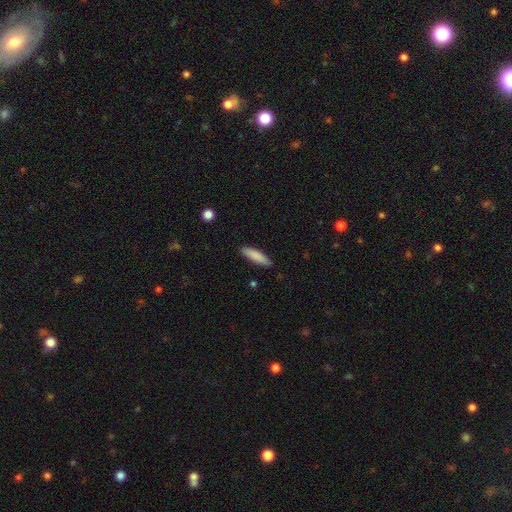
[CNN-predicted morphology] The model was most divided on "how rounded": cigar-shaped: 65%, in between: 34%, round: 1%. More confident: merging — none (87%); smooth or featured — smooth (86%).